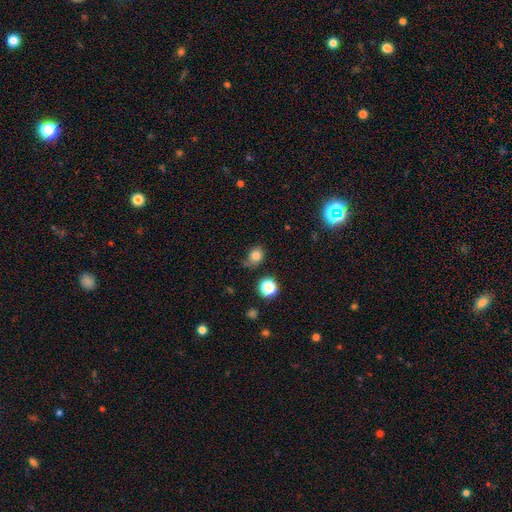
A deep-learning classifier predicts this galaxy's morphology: This appears to be a smooth galaxy with no disk features (80%) that is round (58%). Merging: none (64%).